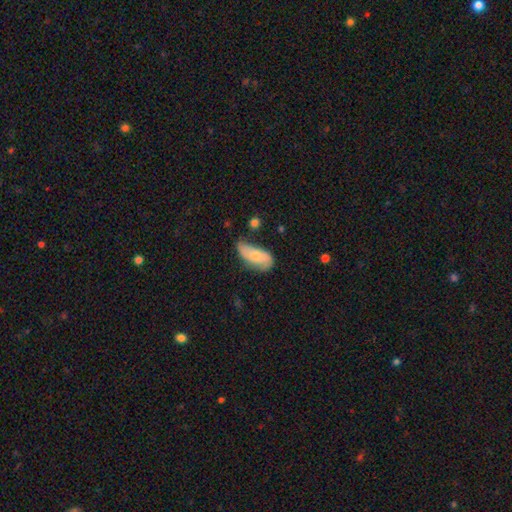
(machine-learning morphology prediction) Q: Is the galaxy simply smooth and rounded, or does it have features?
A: smooth — 68%.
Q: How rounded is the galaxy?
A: in between — 87%.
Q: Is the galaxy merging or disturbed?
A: none — 46%.